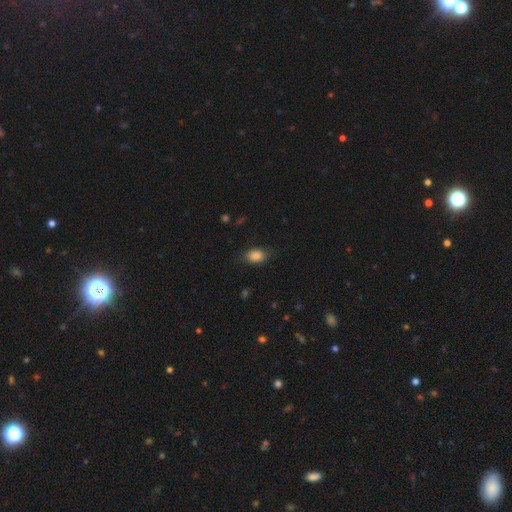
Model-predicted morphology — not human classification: Q: Smooth or featured?
A: smooth (85%); runner-up: star or artifact (8%)
Q: How rounded?
A: in between (85%); runner-up: round (13%)
Q: Merging?
A: none (77%); runner-up: minor disturbance (17%)